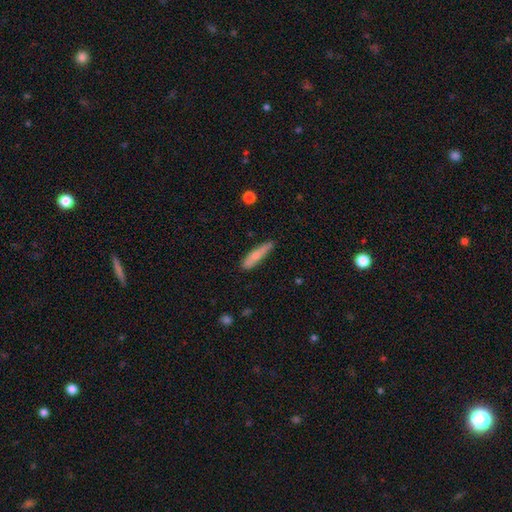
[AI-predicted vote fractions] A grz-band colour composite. It shows a smooth galaxy with no disk features (75%) that is cigar-shaped (82%). Merging: none (70%).